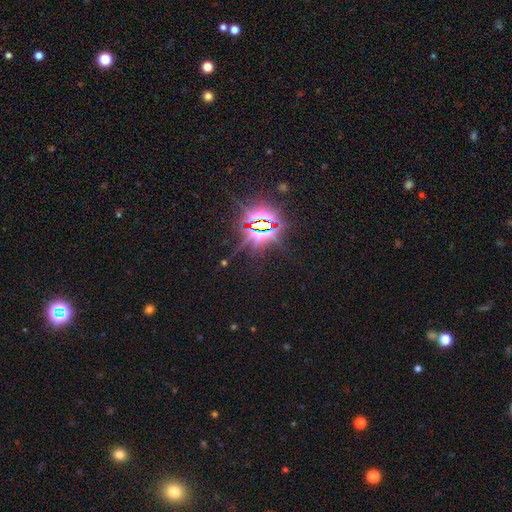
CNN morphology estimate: Q: Smooth or featured?
A: star or artifact (85%); runner-up: smooth (9%)